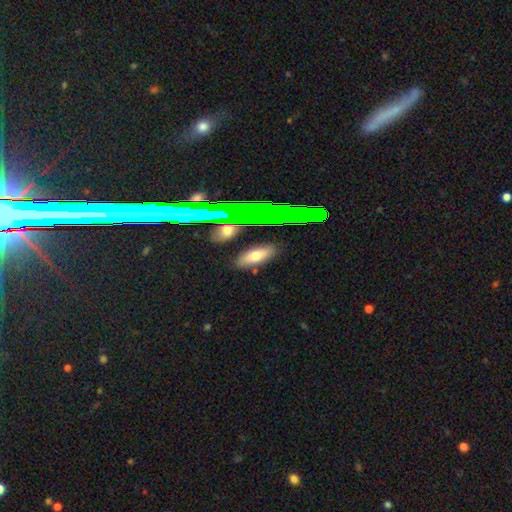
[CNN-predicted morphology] smooth 63%, featured or disk 25%, star or artifact 12%. Down the decision tree: how rounded — in between (73%); merging — none (83%).